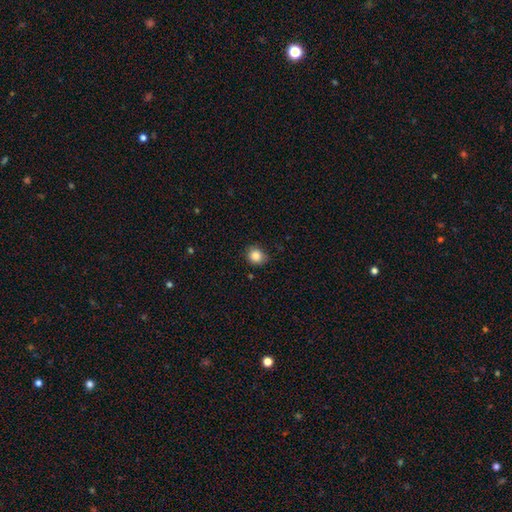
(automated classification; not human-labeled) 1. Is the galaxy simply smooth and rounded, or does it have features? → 85% smooth, 10% star or artifact, 5% featured or disk.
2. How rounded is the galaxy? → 76% round, 24% in between, 1% cigar-shaped.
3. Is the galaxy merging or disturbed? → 80% none, 16% minor disturbance, 3% major disturbance, 1% merger.